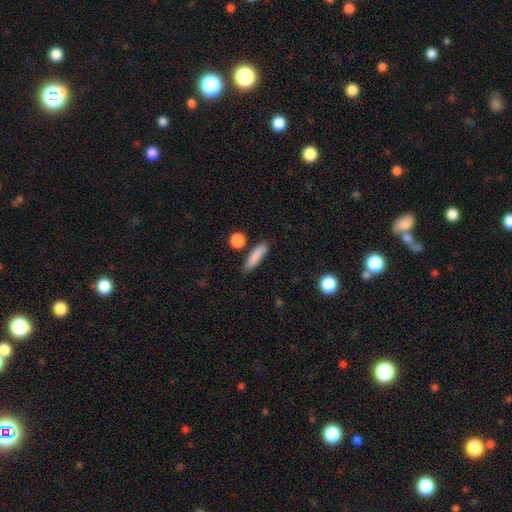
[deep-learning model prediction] Smooth or featured? Predicted: smooth (p=0.84). How rounded? Predicted: cigar-shaped (p=0.66). Merging? Predicted: none (p=0.76).